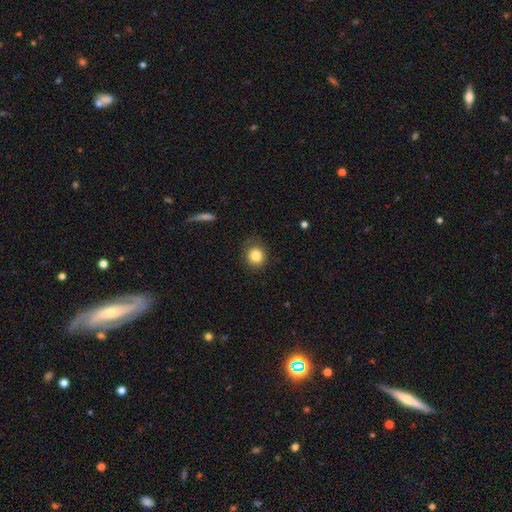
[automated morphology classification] This appears to be a smooth galaxy with no disk features (84%) that is round (86%). Merging: none (80%).